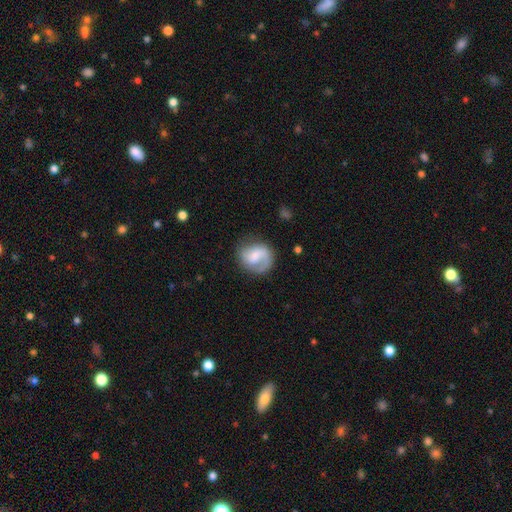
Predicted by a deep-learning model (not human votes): Q: Smooth or featured?
A: featured or disk (56%); runner-up: smooth (37%)
Q: Edge-on disk?
A: no (98%); runner-up: yes (2%)
Q: Bar?
A: weak (46%); runner-up: no (42%)
Q: Spiral arms?
A: yes (87%); runner-up: no (13%)
Q: Bulge size?
A: moderate (35%); runner-up: small (34%)
Q: Merging?
A: none (65%); runner-up: minor disturbance (19%)